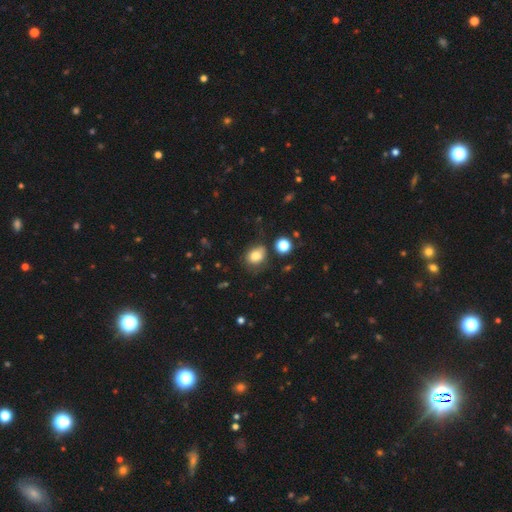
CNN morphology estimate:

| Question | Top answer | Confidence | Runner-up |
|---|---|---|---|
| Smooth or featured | smooth | 79% | star or artifact (11%) |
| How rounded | round | 50% | in between (49%) |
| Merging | none | 63% | minor disturbance (24%) |